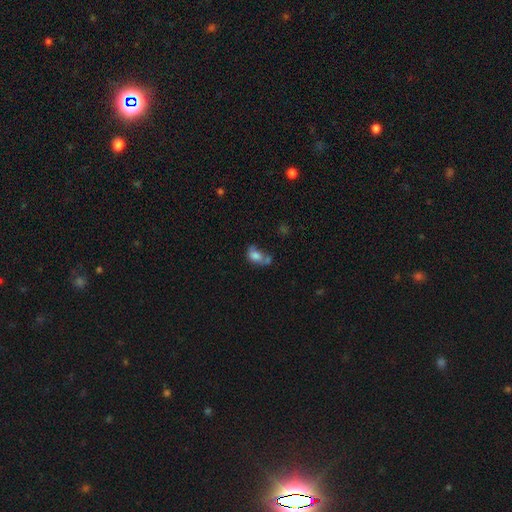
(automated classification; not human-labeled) Smooth or featured?
  - smooth: 71% *
  - featured or disk: 18%
  - star or artifact: 12%
How rounded?
  - in between: 74% *
  - round: 24%
  - cigar-shaped: 2%
Merging?
  - merger: 40% *
  - none: 26%
  - minor disturbance: 19%
  - major disturbance: 15%